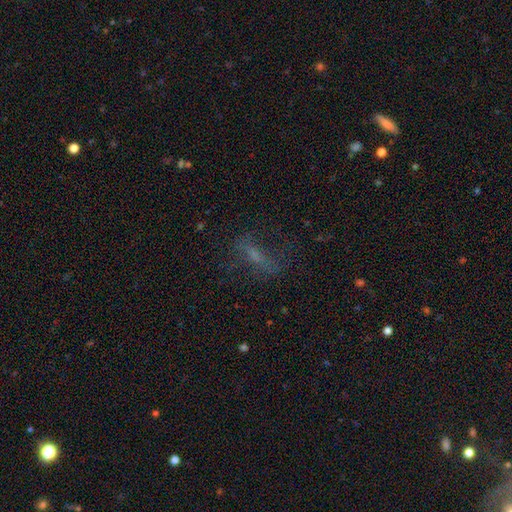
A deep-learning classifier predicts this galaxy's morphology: smooth_or_featured: featured or disk (p=0.38) [alt: smooth p=0.37]
merging: none (p=0.53) [alt: major disturbance p=0.25]